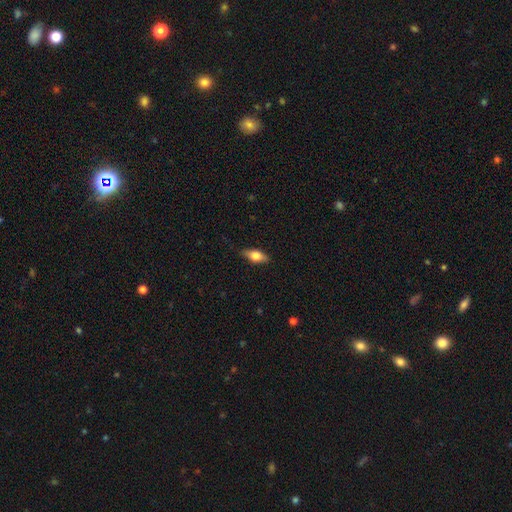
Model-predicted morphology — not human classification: type=smooth (67%); roundness=in between (78%); merging=none (84%).